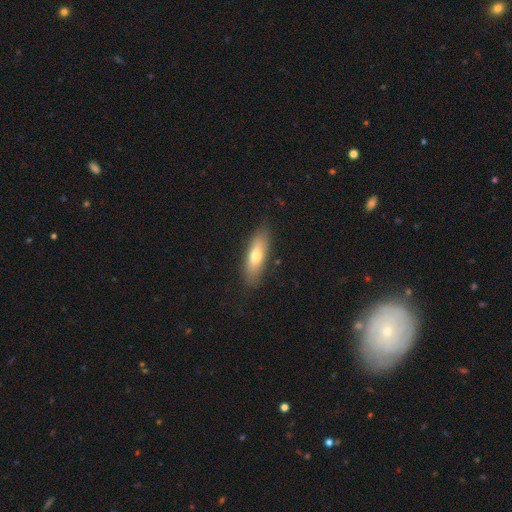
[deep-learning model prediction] smooth_or_featured: smooth (p=0.67) [alt: featured or disk p=0.27]
how_rounded: in between (p=0.52) [alt: cigar-shaped p=0.45]
merging: none (p=0.83) [alt: minor disturbance p=0.13]